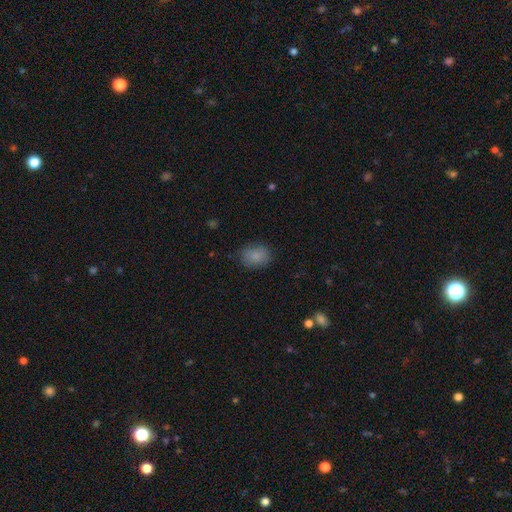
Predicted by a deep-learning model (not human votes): A smooth galaxy with no disk features (84%) that is in between round and cigar-shaped (59%).

Vote fractions:
- Smooth or featured? smooth: 84% / star or artifact: 9% / featured or disk: 7%
- How rounded? in between: 59% / round: 40% / cigar-shaped: 1%
- Merging? none: 79% / minor disturbance: 15% / major disturbance: 4% / merger: 1%